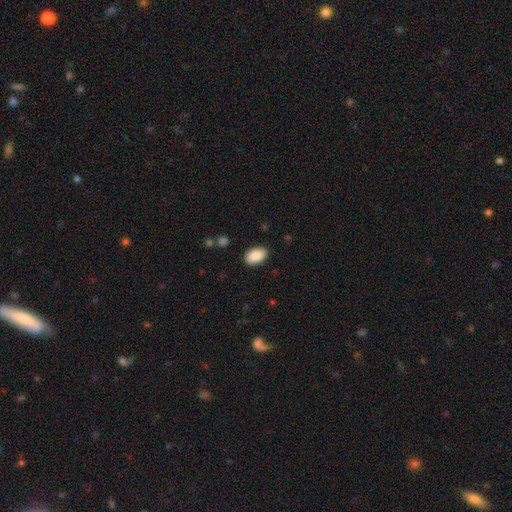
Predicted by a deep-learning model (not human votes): Smooth or featured? Predicted: smooth (p=0.87). How rounded? Predicted: in between (p=0.92). Merging? Predicted: none (p=0.87).